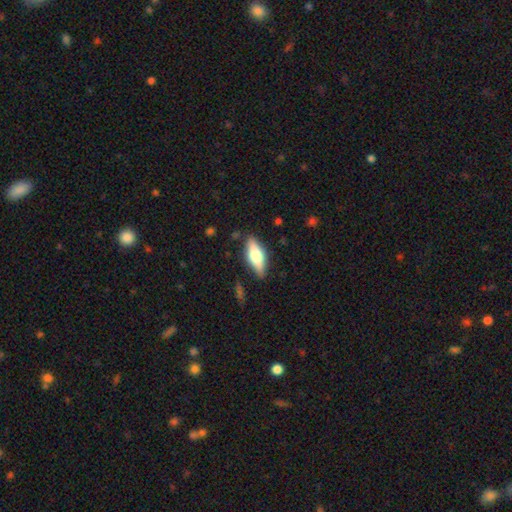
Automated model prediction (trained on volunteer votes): A smooth galaxy with no disk features (51%) that is in between round and cigar-shaped (61%). Merging: none (85%).